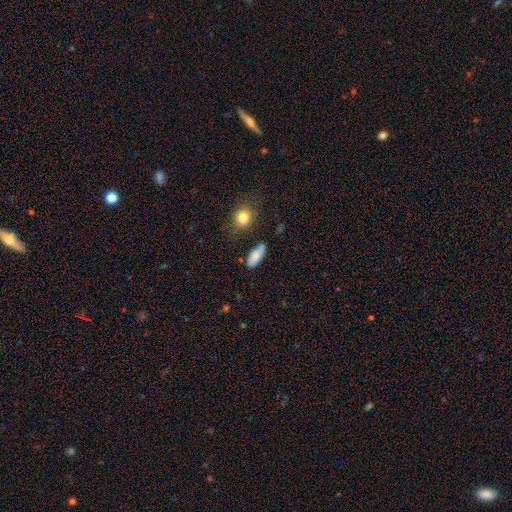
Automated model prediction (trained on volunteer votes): This appears to be a smooth galaxy with no disk features (80%) that is in between round and cigar-shaped (81%). Merging: none (65%).